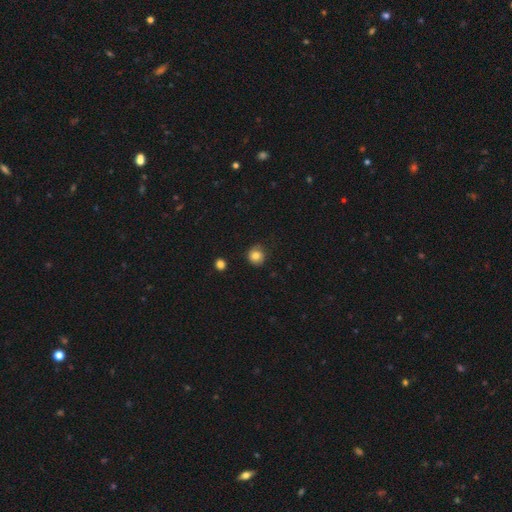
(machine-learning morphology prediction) Smooth or featured? smooth (82%)
How rounded? round (90%)
Merging? none (81%)